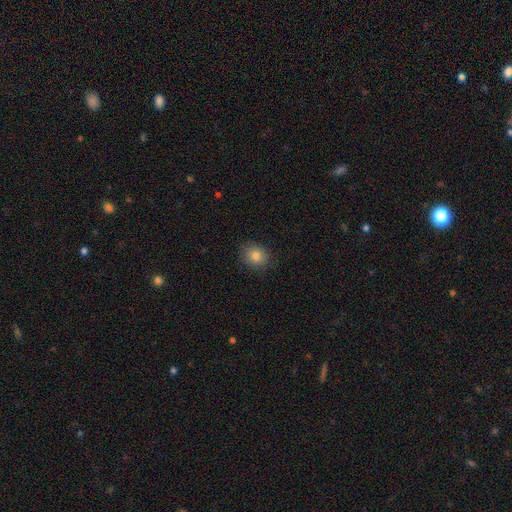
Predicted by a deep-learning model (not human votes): Overall: smooth (81%). How rounded: round (67%; in between 32%). Merging: none (85%).